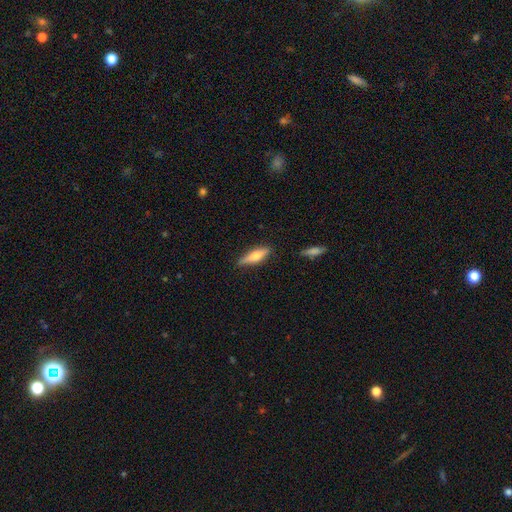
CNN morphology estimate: This is possibly a smooth galaxy (57%). How rounded: likely cigar-shaped (61%). Merging: clearly none (82%).